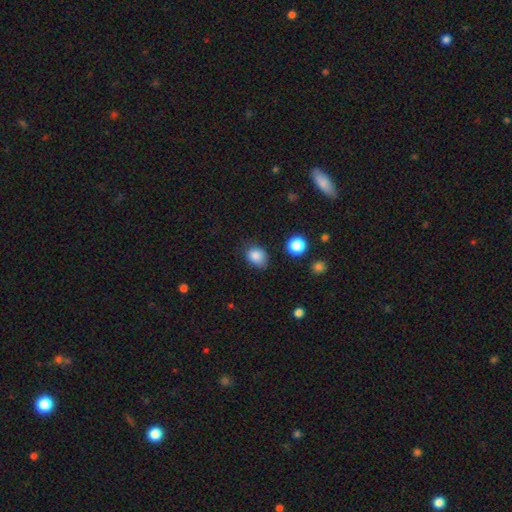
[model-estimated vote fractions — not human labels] smooth_or_featured: smooth (p=0.84) [alt: star or artifact p=0.11]
how_rounded: round (p=0.50) [alt: in between p=0.49]
merging: none (p=0.67) [alt: minor disturbance p=0.25]